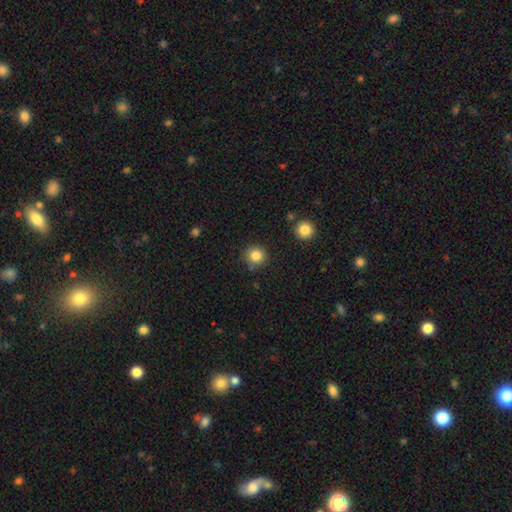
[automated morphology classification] smooth-or-featured: smooth: 84% | star or artifact: 11% | featured or disk: 5%
  how-rounded: round: 93% | in between: 6% | cigar-shaped: 1%
  merging: none: 86% | minor disturbance: 9% | major disturbance: 3% | merger: 2%